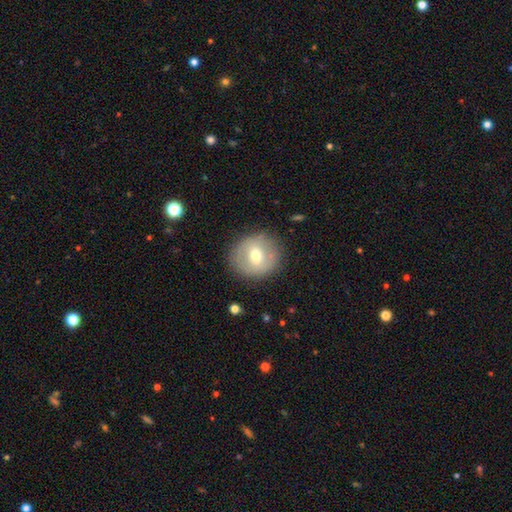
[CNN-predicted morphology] This is possibly a smooth galaxy (56%). How rounded: clearly round (87%). Merging: clearly none (84%).